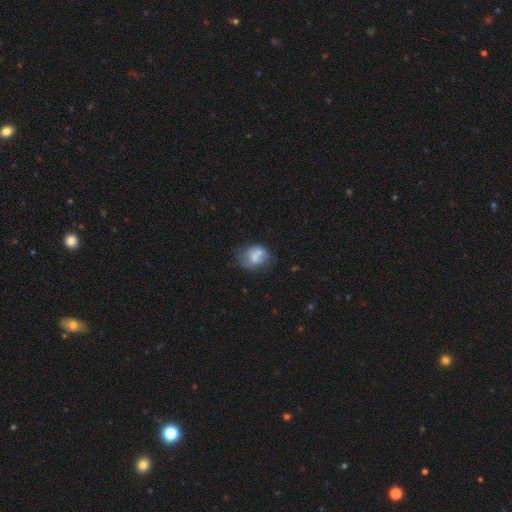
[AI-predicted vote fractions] This is likely a smooth galaxy (63%). How rounded: possibly round (53%). Merging: marginally none (37%).